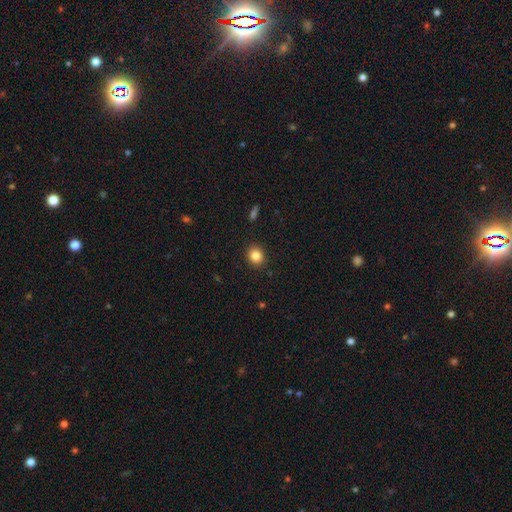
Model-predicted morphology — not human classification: This appears to be a smooth galaxy with no disk features (84%) that is round (72%). Merging: none (91%).